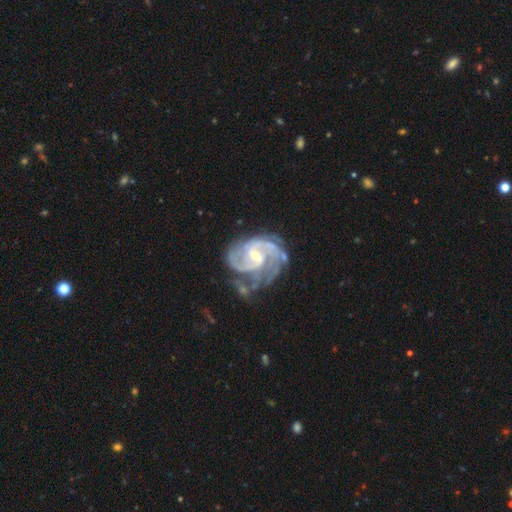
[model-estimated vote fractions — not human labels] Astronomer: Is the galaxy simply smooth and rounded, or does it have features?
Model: featured or disk — 92%.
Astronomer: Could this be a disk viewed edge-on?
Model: no — 98%.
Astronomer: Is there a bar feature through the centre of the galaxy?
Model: weak — 48% (runner-up: no, 36%).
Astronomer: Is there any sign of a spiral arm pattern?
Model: yes — 98%.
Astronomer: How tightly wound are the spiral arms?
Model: medium — 47% (runner-up: tight, 44%).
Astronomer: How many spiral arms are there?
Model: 2 — 53%.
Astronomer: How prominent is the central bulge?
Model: small — 64%.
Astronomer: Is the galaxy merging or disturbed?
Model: none — 52%.